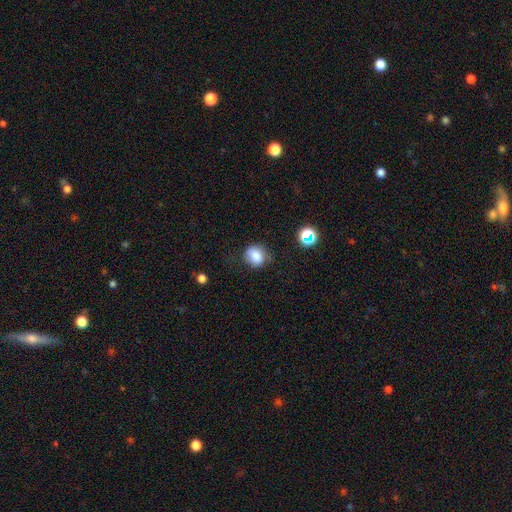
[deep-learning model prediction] This appears to be a smooth galaxy with no disk features (80%) that is round (65%). Merging: none (69%).